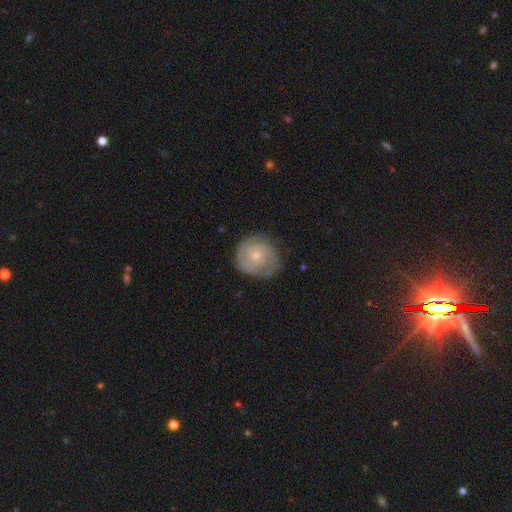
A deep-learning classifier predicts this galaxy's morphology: type=featured or disk (82%); edge-on=no (98%); bar=no (76%); spiral arms=yes (96%); winding=tight (70%); arm count=2 (52%); bulge=small (63%); merging=none (78%).